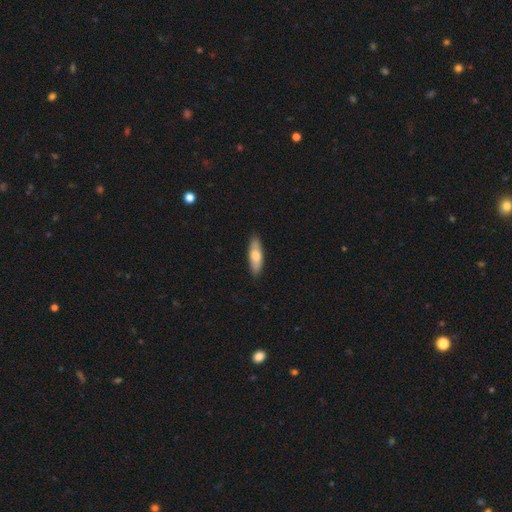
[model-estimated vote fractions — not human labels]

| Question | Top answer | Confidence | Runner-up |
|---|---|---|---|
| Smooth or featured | smooth | 67% | featured or disk (27%) |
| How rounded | cigar-shaped | 50% | in between (48%) |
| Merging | none | 88% | minor disturbance (9%) |